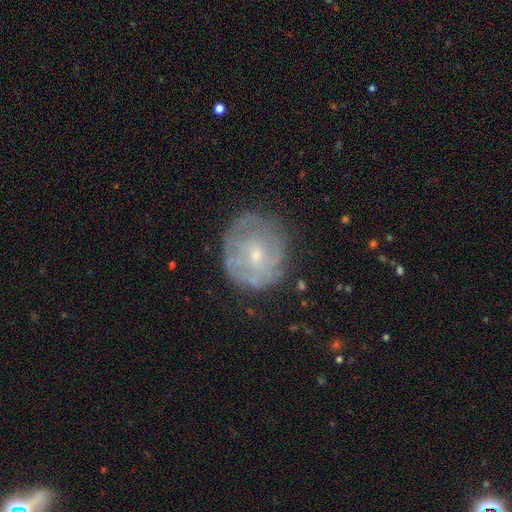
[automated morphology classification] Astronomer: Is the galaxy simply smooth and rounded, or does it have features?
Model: featured or disk — 60%.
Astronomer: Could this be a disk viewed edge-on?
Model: no — 97%.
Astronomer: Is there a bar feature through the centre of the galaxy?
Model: no — 68%.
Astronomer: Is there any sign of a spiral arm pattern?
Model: yes — 59% (runner-up: no, 41%).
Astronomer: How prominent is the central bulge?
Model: small — 63%.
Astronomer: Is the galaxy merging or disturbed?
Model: none — 71%.